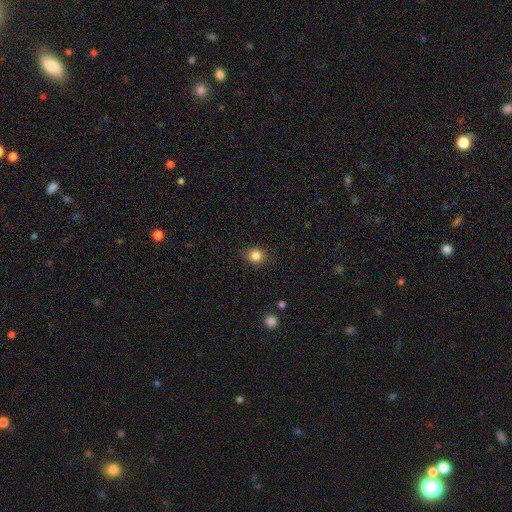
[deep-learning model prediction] This appears to be a smooth galaxy with no disk features (84%) that is round (63%). Merging: none (86%).